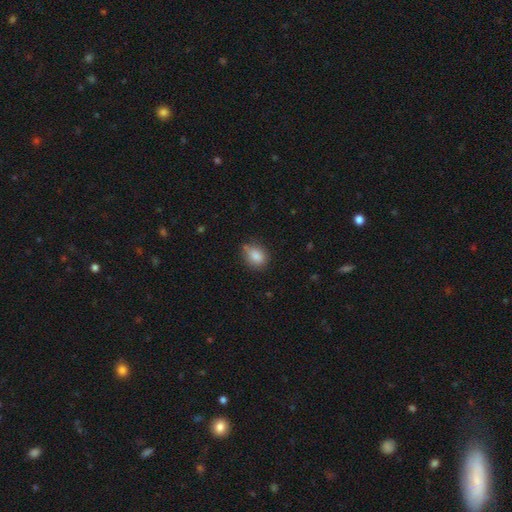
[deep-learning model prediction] Morphology: type=smooth (84%); roundness=in between (56%); merging=none (70%).